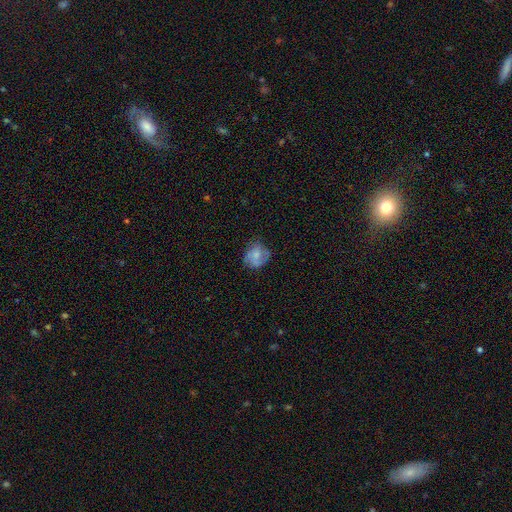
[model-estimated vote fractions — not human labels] Overall: smooth (61%; featured or disk 30%). How rounded: round (72%). Merging: none (61%; minor disturbance 26%).